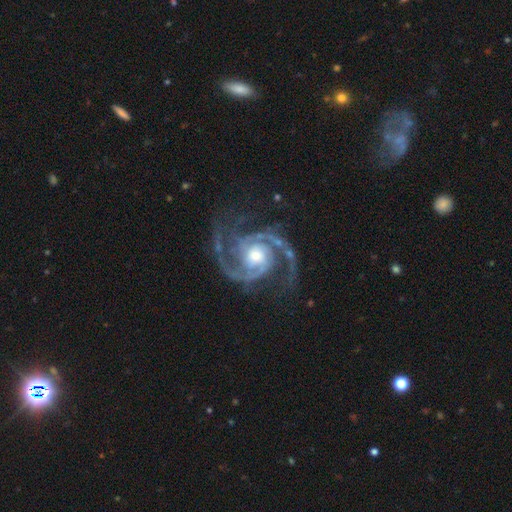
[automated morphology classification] Smooth or featured: featured or disk — 94% (star or artifact — 4%)
Edge-on disk: no — 98% (yes — 2%)
Bar: no — 67% (weak — 25%)
Spiral arms: yes — 99% (no — 1%)
Spiral winding: medium — 52% (tight — 40%)
Spiral arm count: 2 — 59% (3 — 24%)
Bulge size: moderate — 62% (small — 19%)
Merging: none — 72% (minor disturbance — 16%)